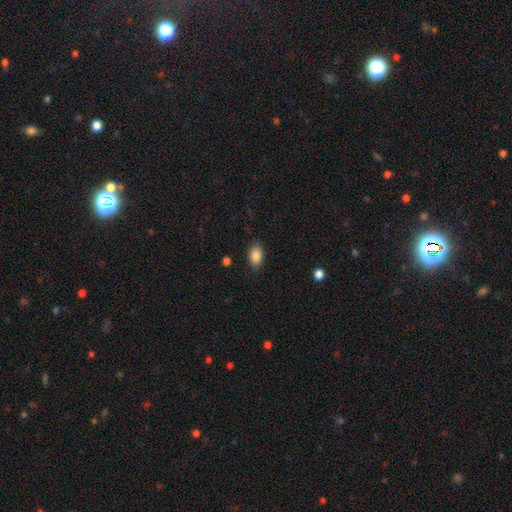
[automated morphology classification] Overall: smooth (86%). How rounded: in between (89%). Merging: none (85%).